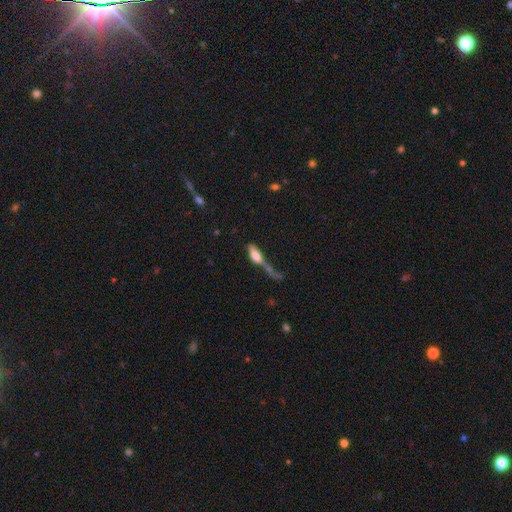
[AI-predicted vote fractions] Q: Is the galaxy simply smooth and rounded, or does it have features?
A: smooth — 62%.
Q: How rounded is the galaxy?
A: in between — 59%.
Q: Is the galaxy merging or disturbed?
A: merger — 35%.